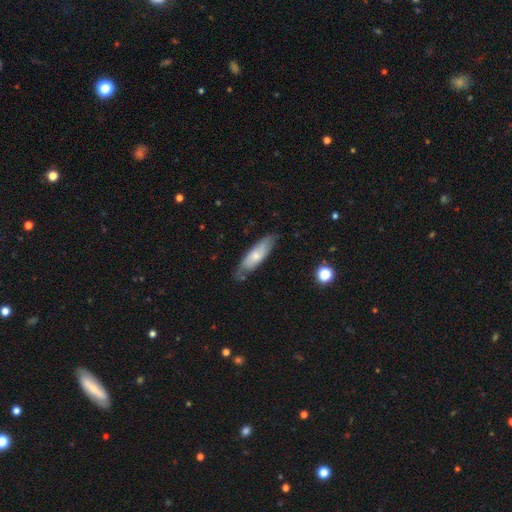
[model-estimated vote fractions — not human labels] Smooth or featured: smooth — 59% (featured or disk — 36%)
How rounded: in between — 50% (cigar-shaped — 48%)
Merging: none — 67% (minor disturbance — 25%)